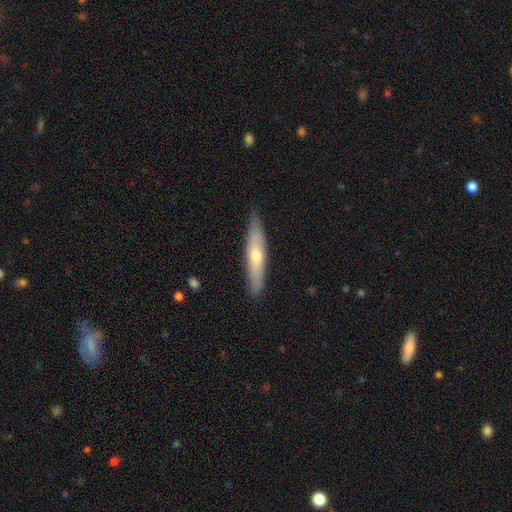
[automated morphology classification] Q: Smooth or featured?
A: smooth (49%); runner-up: featured or disk (45%)
Q: Merging?
A: none (84%); runner-up: minor disturbance (12%)